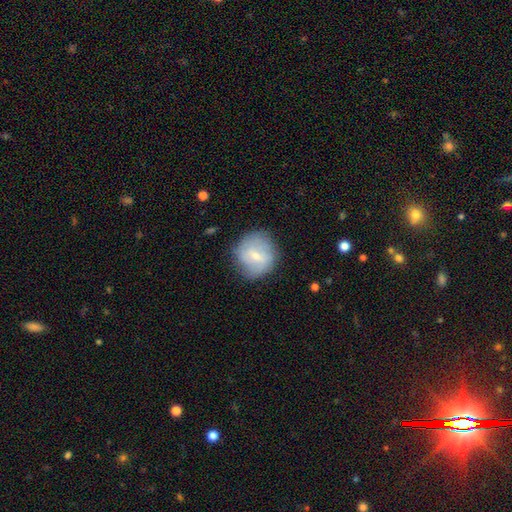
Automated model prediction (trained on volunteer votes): The model was most divided on "smooth or featured": smooth: 58%, featured or disk: 34%, star or artifact: 8%. More confident: how rounded — round (85%); merging — none (74%).